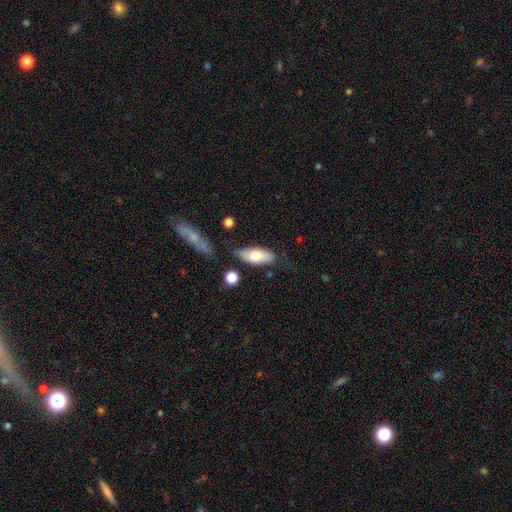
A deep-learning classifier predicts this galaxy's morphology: The model was most divided on "merging": none: 69%, minor disturbance: 20%, major disturbance: 6%, merger: 5%. More confident: how rounded — in between (82%); smooth or featured — smooth (73%).